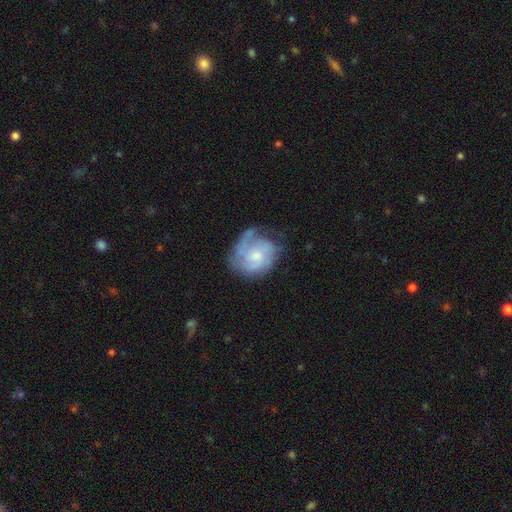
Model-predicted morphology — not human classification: Smooth or featured: featured or disk — 71% (smooth — 23%)
Edge-on disk: no — 98% (yes — 2%)
Bar: no — 70% (weak — 26%)
Spiral arms: yes — 88% (no — 12%)
Spiral winding: tight — 48% (medium — 36%)
Spiral arm count: can't tell — 31% (2 — 29%)
Bulge size: small — 48% (moderate — 41%)
Merging: none — 51% (minor disturbance — 27%)